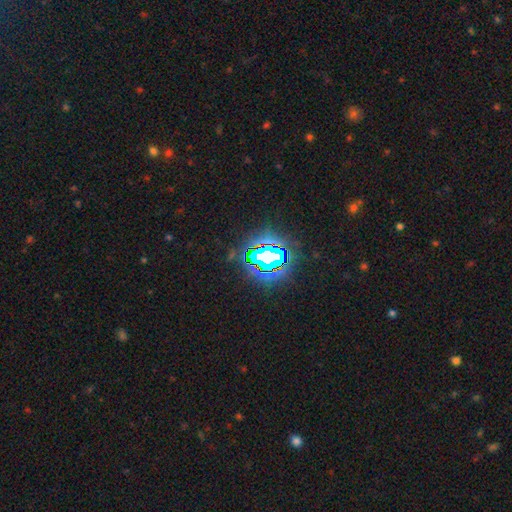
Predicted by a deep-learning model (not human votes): A star or artifact, not a galaxy (80%).

Vote fractions:
- Smooth or featured? star or artifact: 80% / smooth: 11% / featured or disk: 9%